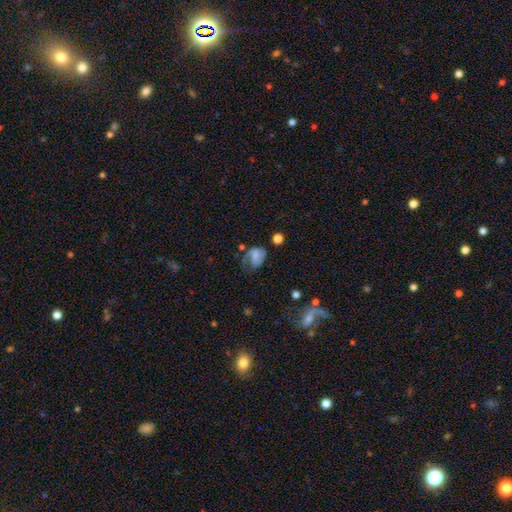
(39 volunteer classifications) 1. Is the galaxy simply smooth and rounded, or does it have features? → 49% featured or disk, 44% smooth, 8% star or artifact.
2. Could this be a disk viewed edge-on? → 100% no, 0% yes.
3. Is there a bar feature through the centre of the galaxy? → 37% weak (tied), 37% no (tied), 26% strong.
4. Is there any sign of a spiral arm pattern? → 89% yes, 11% no.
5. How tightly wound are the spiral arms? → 47% medium, 41% tight, 12% loose.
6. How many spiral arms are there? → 71% 2, 18% can't tell, 12% 1, 0% 3, 0% 4, 0% more than 4.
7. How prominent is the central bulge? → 42% small, 37% none, 16% moderate, 5% large, 0% dominant.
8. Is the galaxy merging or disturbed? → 53% none, 25% minor disturbance, 17% major disturbance, 6% merger.